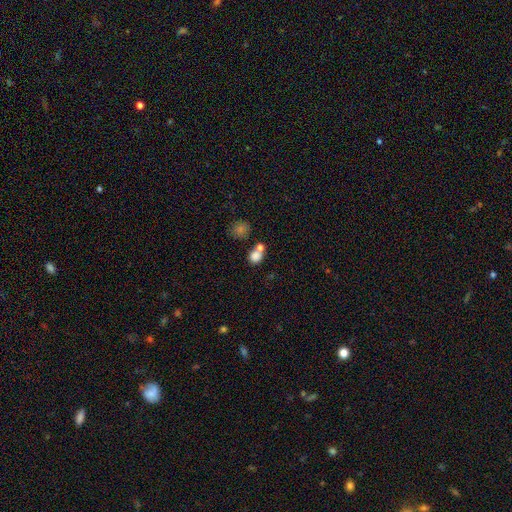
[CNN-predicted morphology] This appears to be a smooth galaxy with no disk features (80%) that is round (69%). Merging: none (46%).